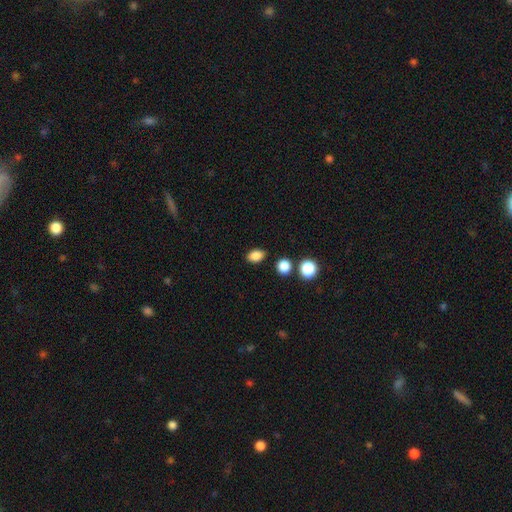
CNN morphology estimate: Smooth or featured? smooth (86%)
How rounded? in between (78%)
Merging? none (83%)